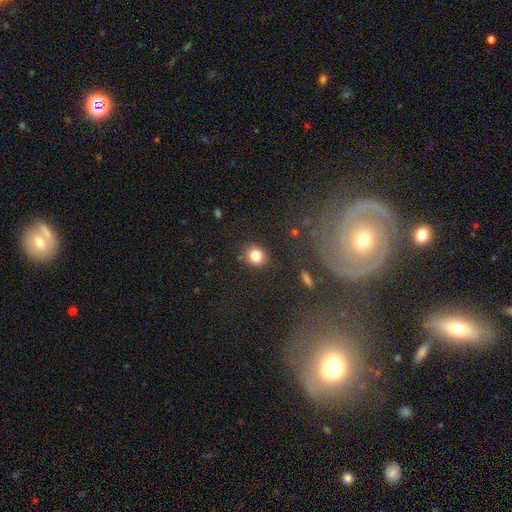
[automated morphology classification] Smooth or featured? Predicted: smooth (p=0.83). How rounded? Predicted: round (p=0.76). Merging? Predicted: none (p=0.84).